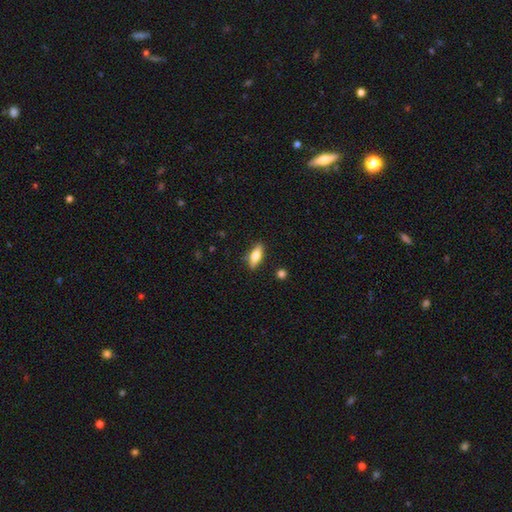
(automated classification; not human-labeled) Smooth or featured? Predicted: smooth (p=0.64). How rounded? Predicted: in between (p=0.64). Merging? Predicted: none (p=0.83).